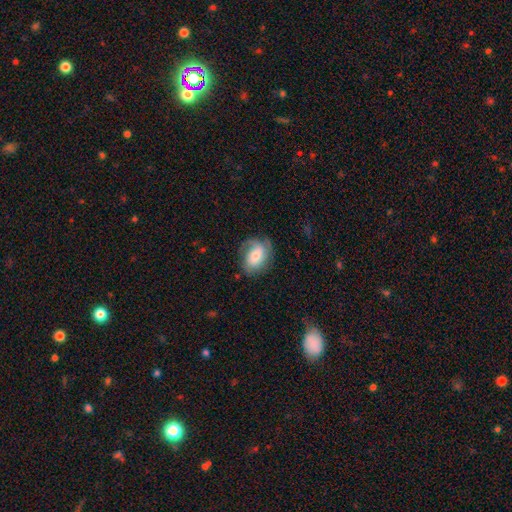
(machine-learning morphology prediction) The model was most divided on "smooth or featured": featured or disk: 50%, smooth: 43%, star or artifact: 8%. More confident: merging — none (64%).